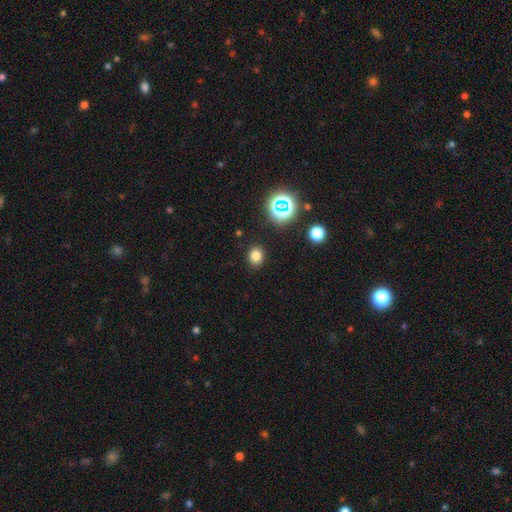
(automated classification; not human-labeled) Overall: smooth (77%). How rounded: round (62%; in between 37%). Merging: none (88%).